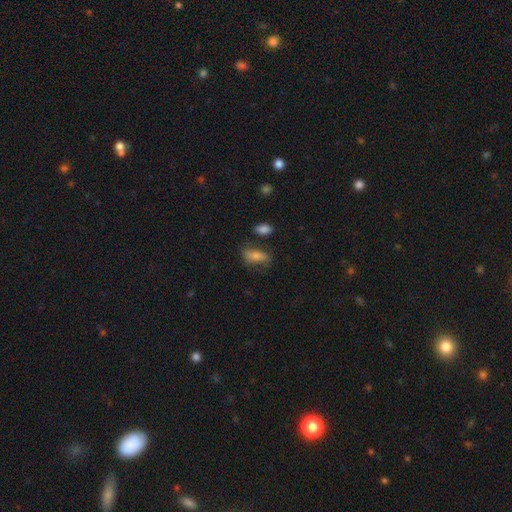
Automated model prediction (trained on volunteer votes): Smooth or featured? smooth (69%)
How rounded? in between (81%)
Merging? none (61%)